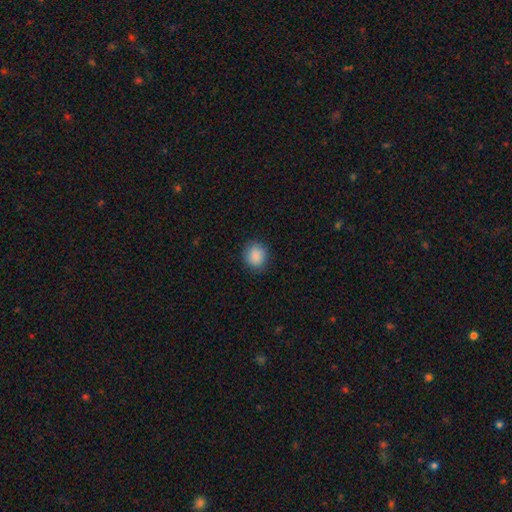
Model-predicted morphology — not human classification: A smooth galaxy with no disk features (89%) that is round (77%).

Vote fractions:
- Smooth or featured? smooth: 89% / star or artifact: 8% / featured or disk: 3%
- How rounded? round: 77% / in between: 22% / cigar-shaped: 1%
- Merging? none: 87% / minor disturbance: 10% / major disturbance: 3% / merger: 1%